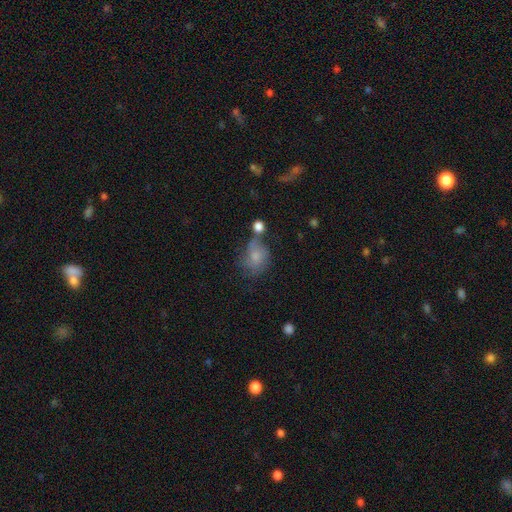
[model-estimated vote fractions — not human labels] Q: Smooth or featured?
A: smooth (63%); runner-up: featured or disk (25%)
Q: How rounded?
A: round (53%); runner-up: in between (45%)
Q: Merging?
A: none (39%); runner-up: minor disturbance (25%)